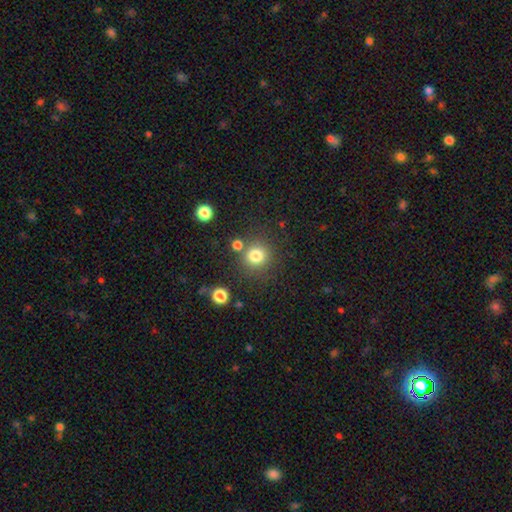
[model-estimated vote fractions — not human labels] Smooth or featured?
  - smooth: 80% *
  - star or artifact: 13%
  - featured or disk: 7%
How rounded?
  - round: 92% *
  - in between: 7%
  - cigar-shaped: 1%
Merging?
  - none: 79% *
  - minor disturbance: 9%
  - merger: 8%
  - major disturbance: 4%